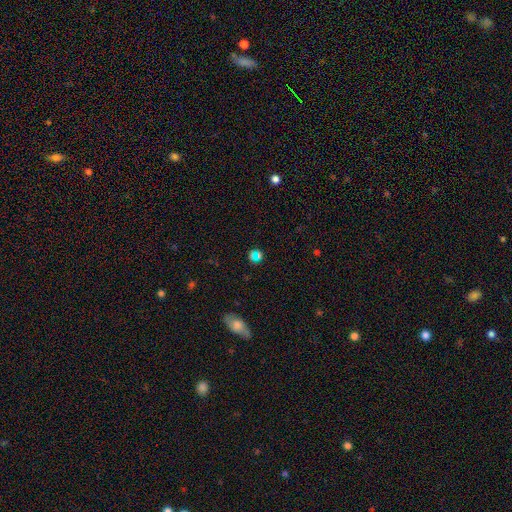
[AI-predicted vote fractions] smooth 46%, star or artifact 39%, featured or disk 15%. Down the decision tree: merging — none (63%).